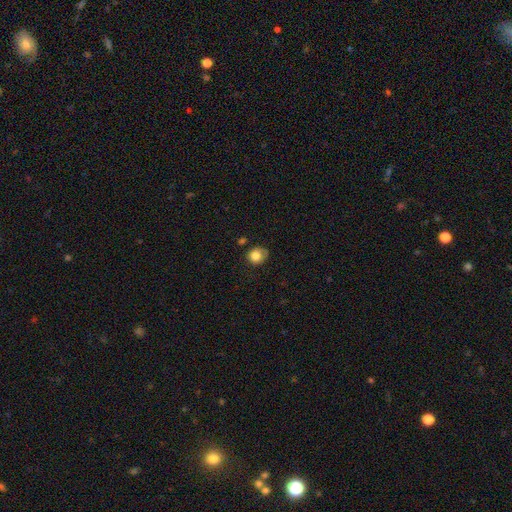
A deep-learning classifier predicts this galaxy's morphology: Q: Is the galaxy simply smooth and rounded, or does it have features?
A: smooth — 81%.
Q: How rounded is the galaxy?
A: round — 80%.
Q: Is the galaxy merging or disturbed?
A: none — 65%.